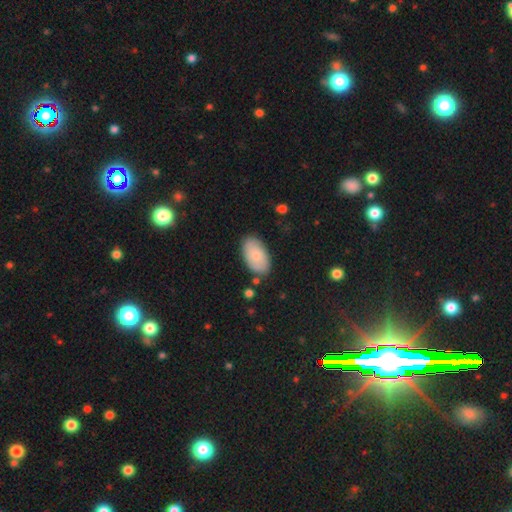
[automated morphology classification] smooth 72%, featured or disk 22%, star or artifact 6%. Down the decision tree: how rounded — in between (95%); merging — none (82%).